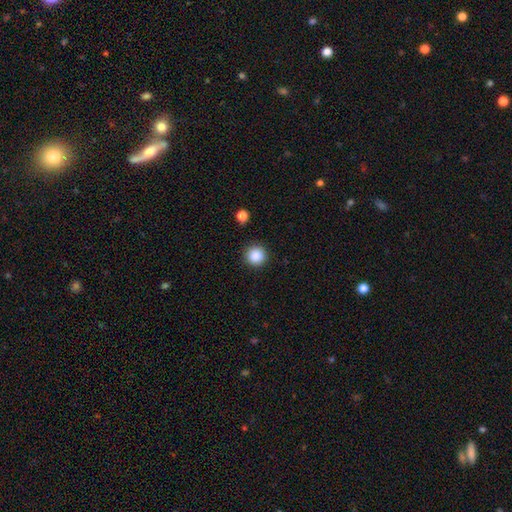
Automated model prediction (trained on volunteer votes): smooth_or_featured: smooth (p=0.87) [alt: star or artifact p=0.10]
how_rounded: round (p=0.95) [alt: in between p=0.04]
merging: none (p=0.91) [alt: minor disturbance p=0.06]